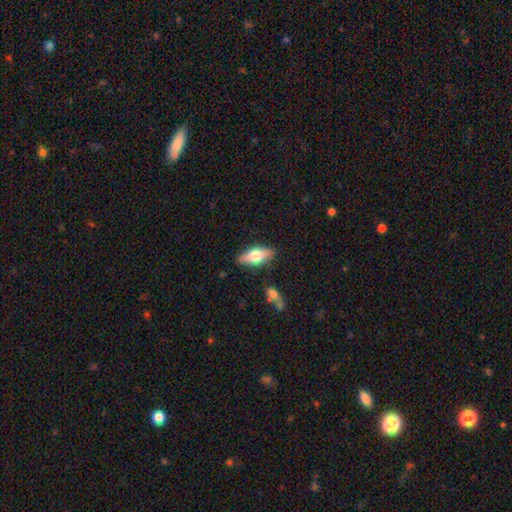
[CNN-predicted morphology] smooth 54%, featured or disk 40%, star or artifact 6%. Down the decision tree: how rounded — in between (72%); merging — none (83%).